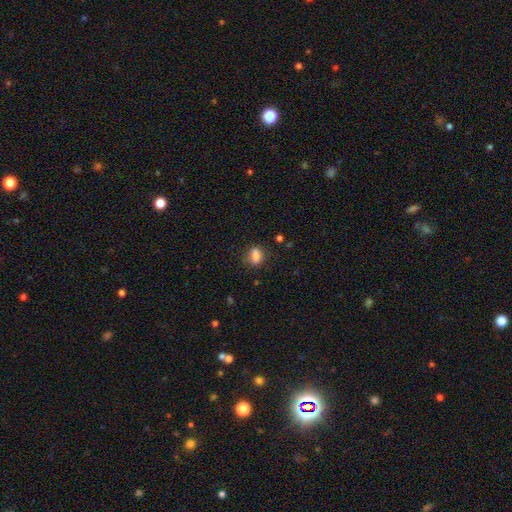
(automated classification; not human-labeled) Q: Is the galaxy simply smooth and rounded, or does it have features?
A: smooth — 83%.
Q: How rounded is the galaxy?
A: in between — 72%.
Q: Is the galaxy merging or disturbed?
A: none — 76%.